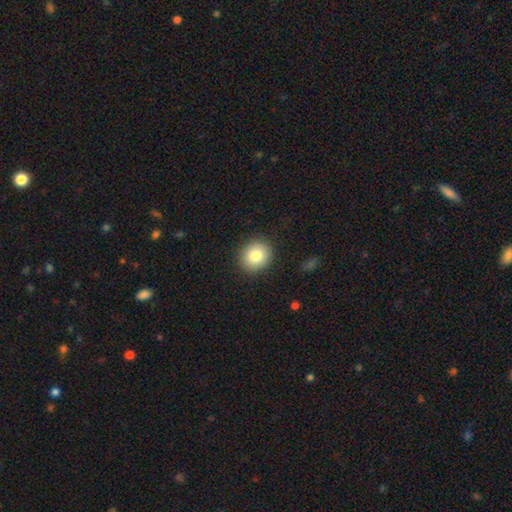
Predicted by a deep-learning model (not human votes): Smooth or featured? Predicted: smooth (p=0.83). How rounded? Predicted: round (p=0.76). Merging? Predicted: none (p=0.89).